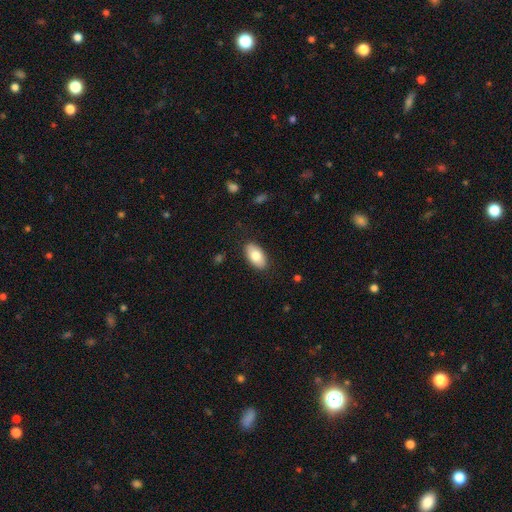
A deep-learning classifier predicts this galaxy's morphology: type=smooth (79%); roundness=in between (94%); merging=none (87%).